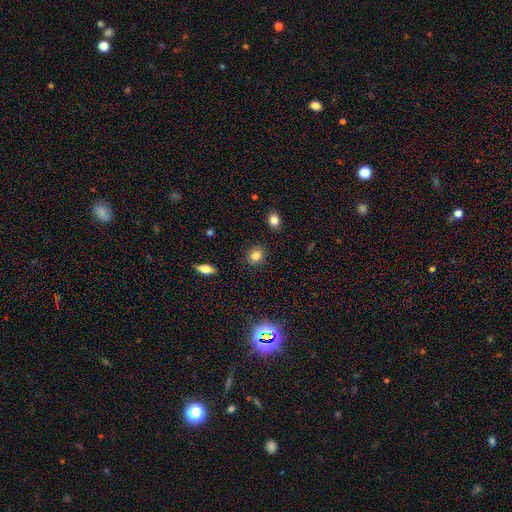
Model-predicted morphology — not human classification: Smooth or featured? smooth (81%)
How rounded? round (75%)
Merging? none (90%)